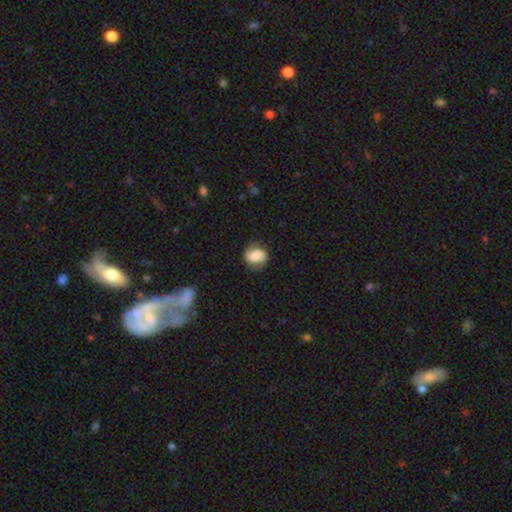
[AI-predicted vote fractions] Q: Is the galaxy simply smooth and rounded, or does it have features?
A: smooth — 49%.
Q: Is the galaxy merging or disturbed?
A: none — 75%.